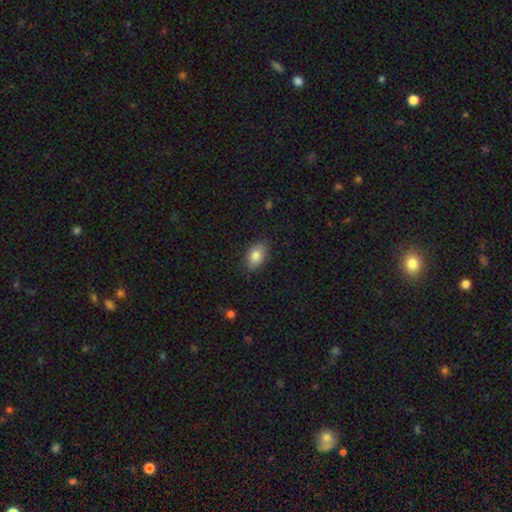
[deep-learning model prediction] Morphology: type=smooth (82%); roundness=in between (88%); merging=none (83%).